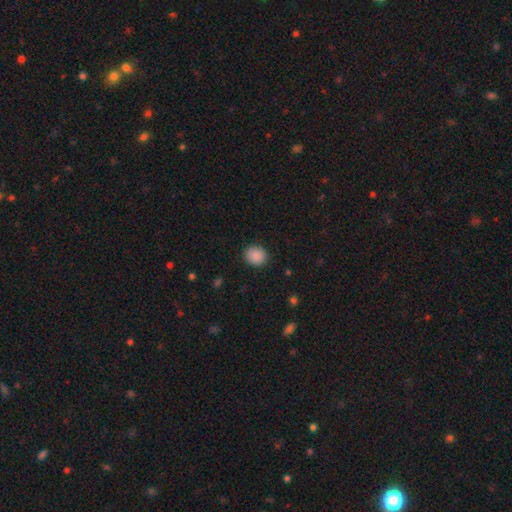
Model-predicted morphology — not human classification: A smooth galaxy with no disk features (89%) that is round (78%). Merging: none (90%).